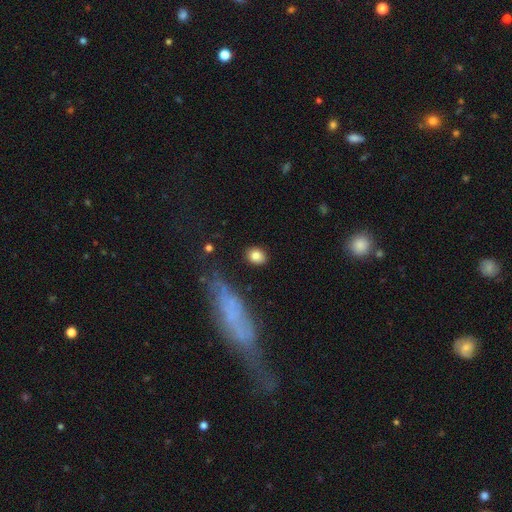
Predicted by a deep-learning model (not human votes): This appears to be a smooth galaxy with no disk features (82%) that is round (54%). Merging: none (86%).